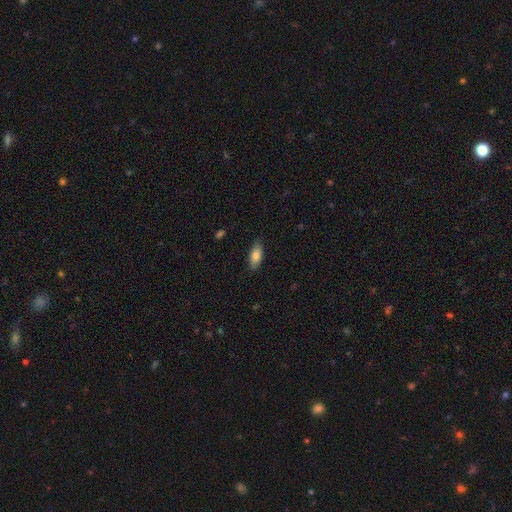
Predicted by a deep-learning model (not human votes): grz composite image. It shows a smooth galaxy with no disk features (80%) that is in between round and cigar-shaped (84%). Merging: none (84%).